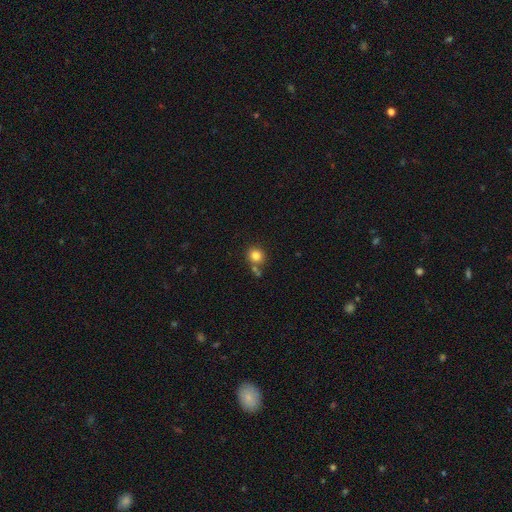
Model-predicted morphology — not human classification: The model was most divided on "merging": none: 69%, merger: 16%, minor disturbance: 11%, major disturbance: 3%. More confident: how rounded — round (87%); smooth or featured — smooth (82%).